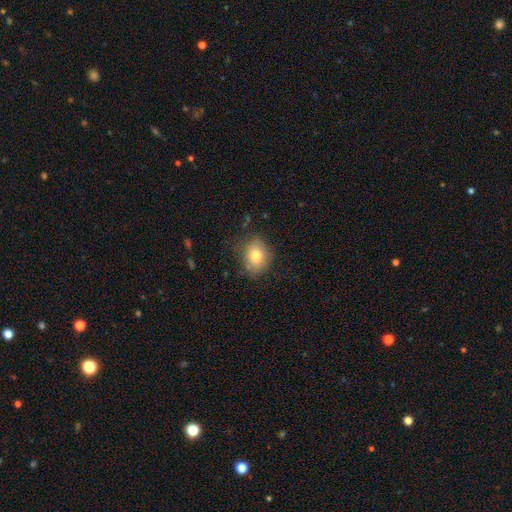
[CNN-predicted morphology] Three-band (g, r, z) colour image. It shows a smooth galaxy with no disk features (79%) that is round (54%). Merging: none (77%).